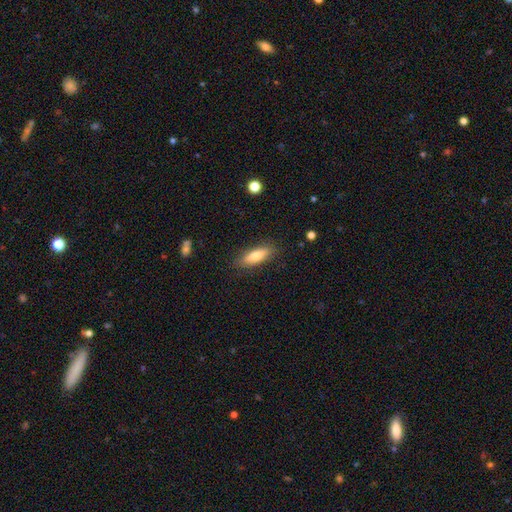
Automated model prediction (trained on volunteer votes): Smooth or featured: smooth — 74% (featured or disk — 19%)
How rounded: in between — 50% (cigar-shaped — 48%)
Merging: none — 86% (minor disturbance — 10%)